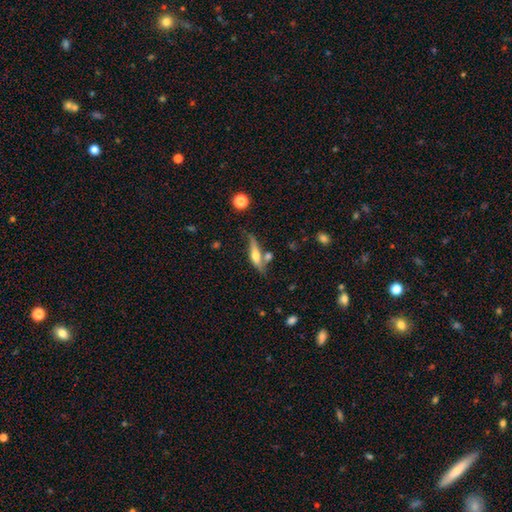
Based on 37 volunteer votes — A featured or disk galaxy (59%) viewed edge-on (82%) with a rounded central bulge (94%).

Vote fractions:
- Smooth or featured? featured or disk: 59% / smooth: 35% / star or artifact: 5%
- Edge-on disk? yes: 82% / no: 18%
- Edge-on bulge? rounded: 94% / boxy: 6% / none: 0%
- Merging? none: 37% / minor disturbance: 31% / merger: 26% / major disturbance: 6%